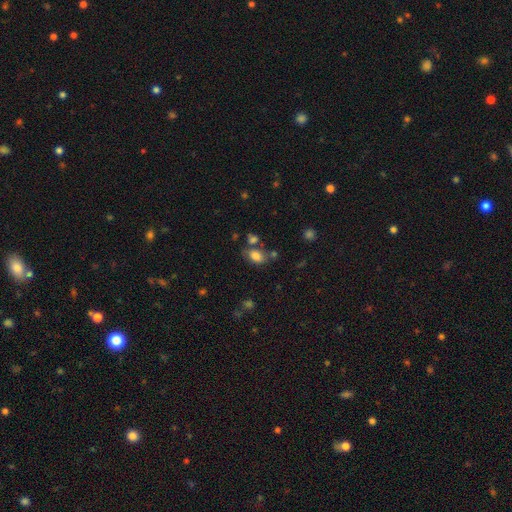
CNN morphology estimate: Smooth or featured?
  - smooth: 80% *
  - star or artifact: 11%
  - featured or disk: 9%
How rounded?
  - in between: 83% *
  - round: 15%
  - cigar-shaped: 2%
Merging?
  - none: 59% *
  - minor disturbance: 18%
  - merger: 17%
  - major disturbance: 7%